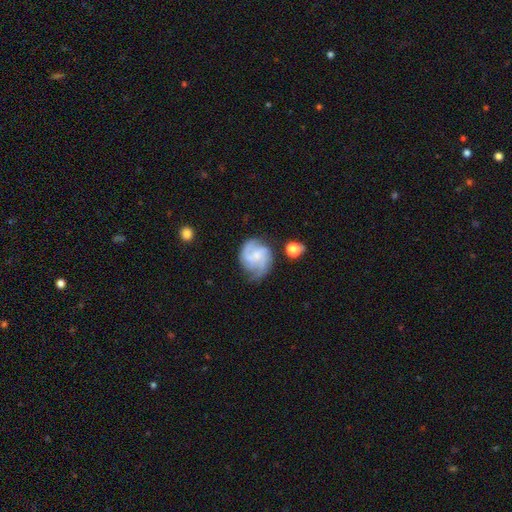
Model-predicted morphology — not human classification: Smooth or featured?
  - featured or disk: 74% *
  - smooth: 19%
  - star or artifact: 7%
Edge-on disk?
  - no: 98% *
  - yes: 2%
Bar?
  - no: 57% *
  - weak: 37%
  - strong: 6%
Spiral arms?
  - yes: 94% *
  - no: 6%
Spiral winding?
  - medium: 48% *
  - tight: 33%
  - loose: 19%
Spiral arm count?
  - 2: 40% *
  - 3: 31%
  - can't tell: 16%
  - 4: 5%
  - 1: 4%
  - more than 4: 4%
Bulge size?
  - small: 53% *
  - moderate: 24%
  - none: 19%
  - large: 3%
  - dominant: 1%
Merging?
  - none: 62% *
  - minor disturbance: 23%
  - major disturbance: 11%
  - merger: 4%